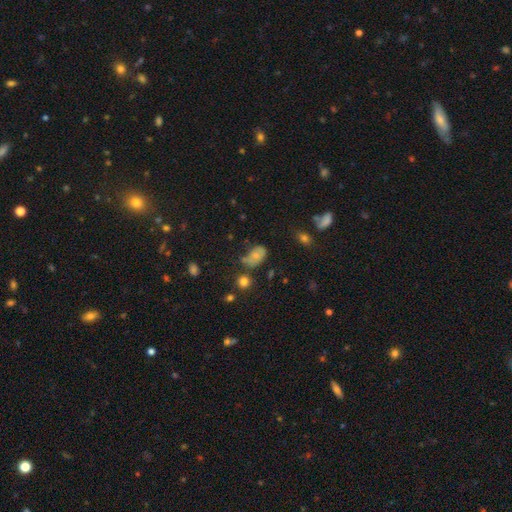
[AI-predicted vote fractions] This appears to be a smooth galaxy with no disk features (66%) that is in between round and cigar-shaped (85%). Merging: none (47%).